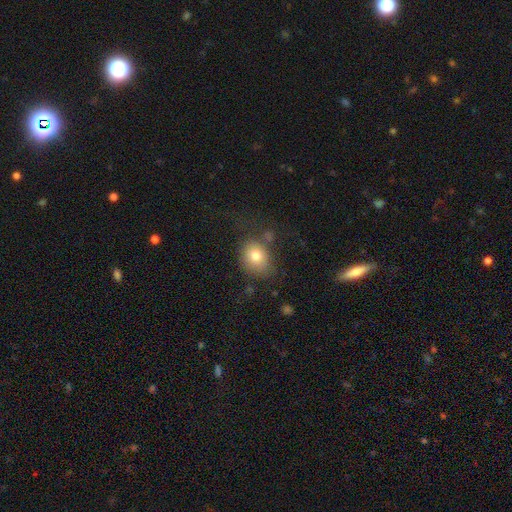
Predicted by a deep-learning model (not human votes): smooth_or_featured: smooth (p=0.78) [alt: featured or disk p=0.12]
how_rounded: round (p=0.57) [alt: in between p=0.42]
merging: none (p=0.62) [alt: minor disturbance p=0.21]